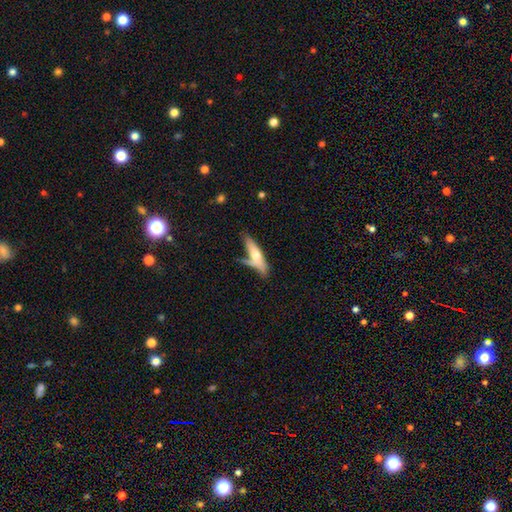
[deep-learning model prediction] Q: Smooth or featured?
A: smooth (56%); runner-up: featured or disk (38%)
Q: How rounded?
A: cigar-shaped (70%); runner-up: in between (28%)
Q: Merging?
A: none (48%); runner-up: merger (23%)